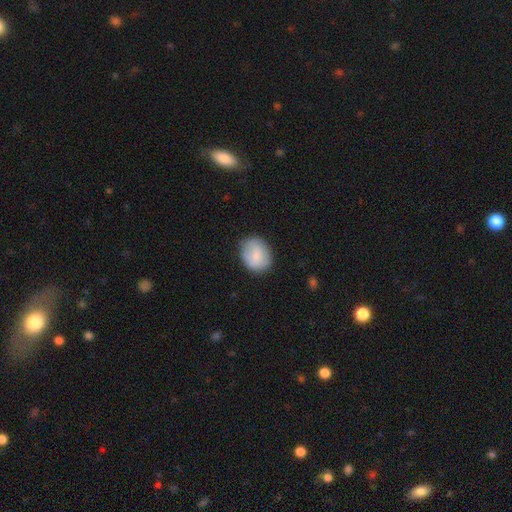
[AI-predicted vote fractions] Smooth or featured: smooth — 75% (featured or disk — 18%)
How rounded: round — 54% (in between — 45%)
Merging: none — 72% (minor disturbance — 21%)